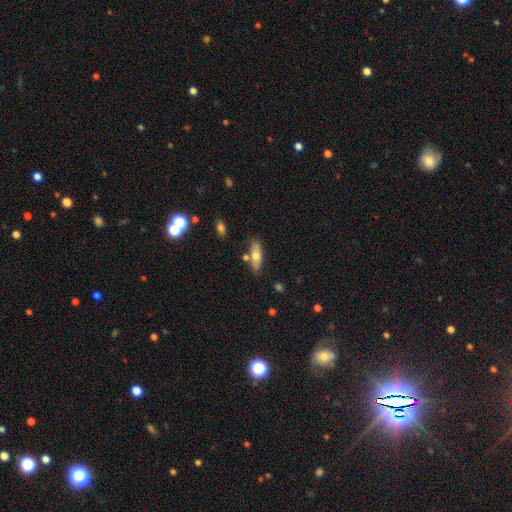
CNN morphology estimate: Q: Smooth or featured?
A: smooth (64%); runner-up: featured or disk (28%)
Q: How rounded?
A: in between (66%); runner-up: cigar-shaped (31%)
Q: Merging?
A: none (71%); runner-up: minor disturbance (15%)